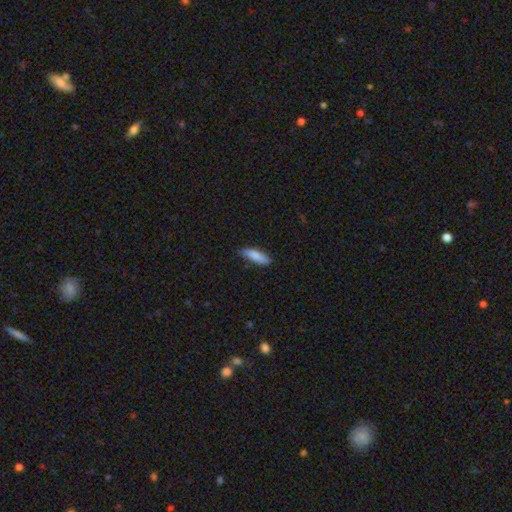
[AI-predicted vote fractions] Smooth or featured? smooth (80%)
How rounded? cigar-shaped (58%)
Merging? none (80%)